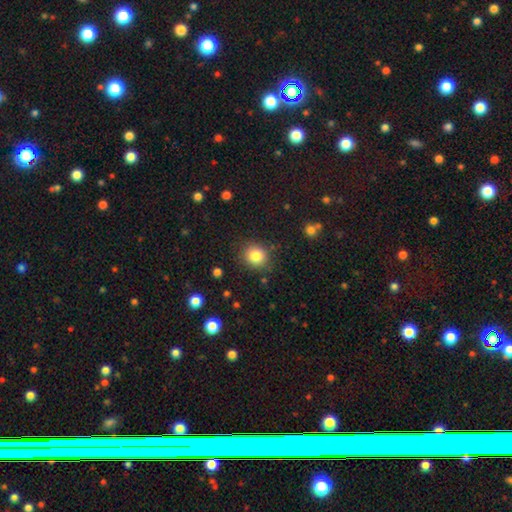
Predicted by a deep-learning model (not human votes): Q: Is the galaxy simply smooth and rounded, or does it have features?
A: smooth — 82%.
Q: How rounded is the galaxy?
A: round — 84%.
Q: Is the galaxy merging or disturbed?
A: none — 86%.